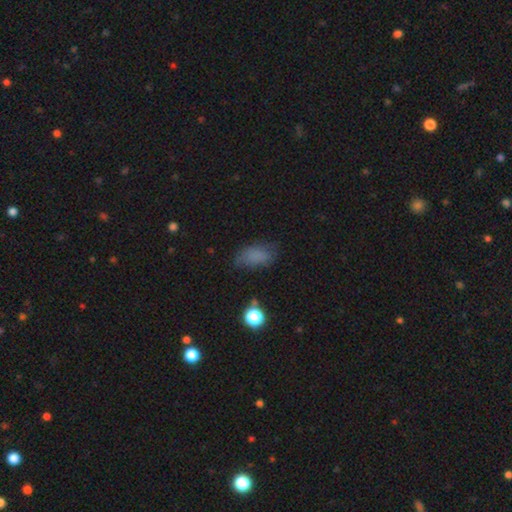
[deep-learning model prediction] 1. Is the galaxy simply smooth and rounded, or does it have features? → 78% smooth, 13% star or artifact, 9% featured or disk.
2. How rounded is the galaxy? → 88% in between, 7% round, 4% cigar-shaped.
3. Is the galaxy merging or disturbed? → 65% none, 25% minor disturbance, 8% major disturbance, 2% merger.